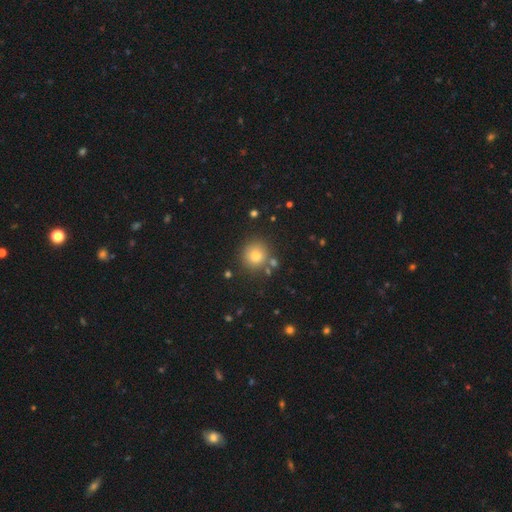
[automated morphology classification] Smooth or featured? Predicted: smooth (p=0.78). How rounded? Predicted: round (p=0.92). Merging? Predicted: none (p=0.82).